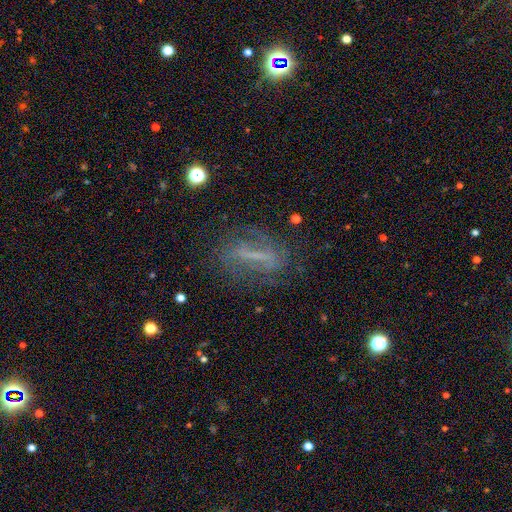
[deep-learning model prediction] A featured or disk galaxy (53%).

Vote fractions:
- Smooth or featured? featured or disk: 53% / smooth: 29% / star or artifact: 18%
- Edge-on disk? no: 70% / yes: 30%
- Merging? none: 67% / minor disturbance: 17% / major disturbance: 13% / merger: 3%